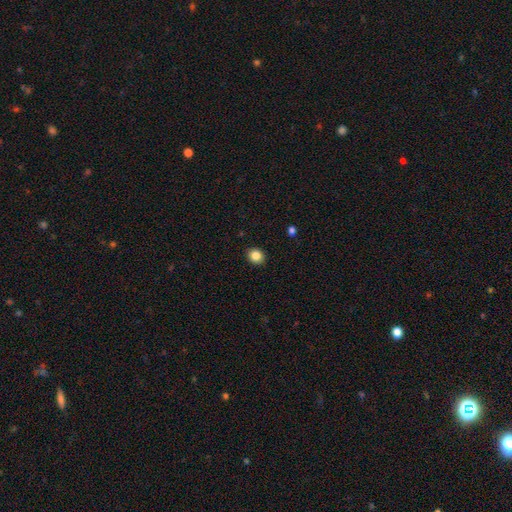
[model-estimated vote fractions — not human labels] Overall: smooth (85%). How rounded: round (69%; in between 30%). Merging: none (91%).